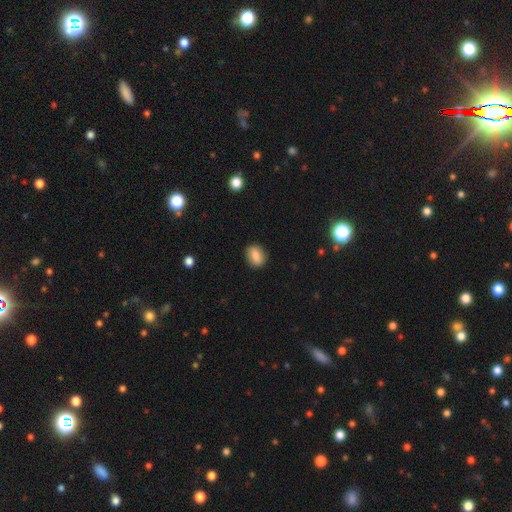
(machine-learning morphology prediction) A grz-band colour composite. It shows a smooth galaxy with no disk features (83%) that is in between round and cigar-shaped (68%). Merging: none (86%).